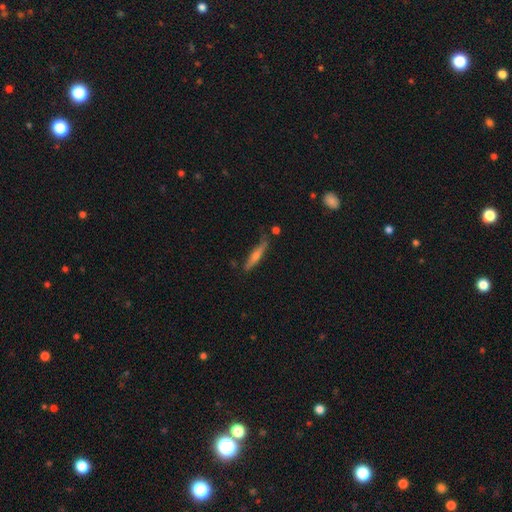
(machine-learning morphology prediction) A featured or disk galaxy (47%). Merging: none (72%).